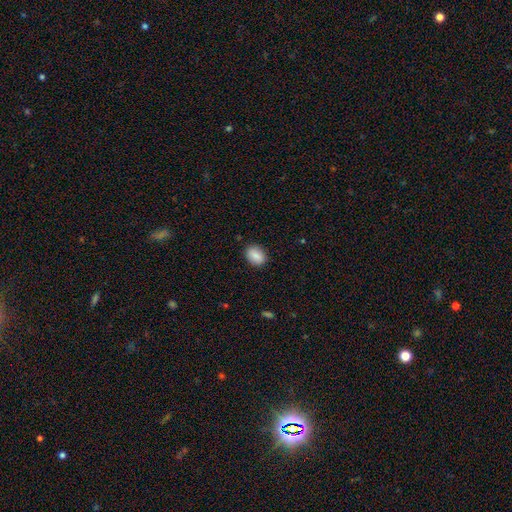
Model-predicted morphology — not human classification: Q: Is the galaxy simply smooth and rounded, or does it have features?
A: smooth — 87%.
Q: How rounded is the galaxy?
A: in between — 64%.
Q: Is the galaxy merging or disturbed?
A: none — 87%.